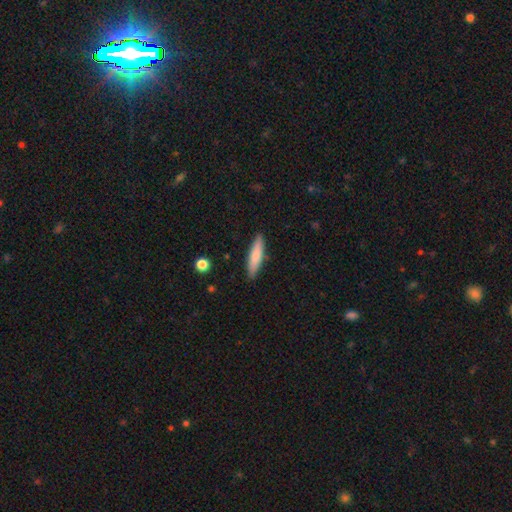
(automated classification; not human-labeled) A smooth galaxy with no disk features (77%) that is cigar-shaped (78%).

Vote fractions:
- Smooth or featured? smooth: 77% / featured or disk: 17% / star or artifact: 6%
- How rounded? cigar-shaped: 78% / in between: 21% / round: 1%
- Merging? none: 87% / minor disturbance: 10% / major disturbance: 2% / merger: 1%